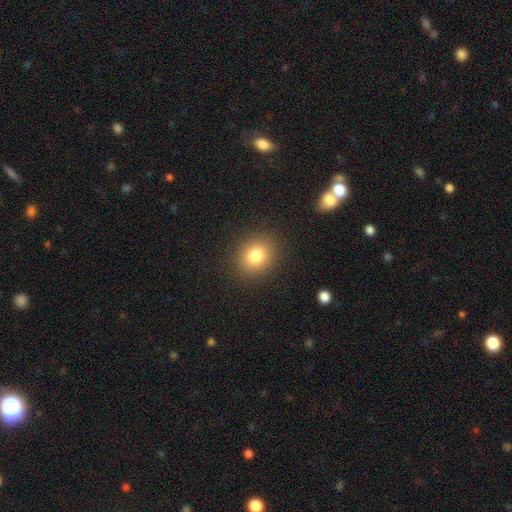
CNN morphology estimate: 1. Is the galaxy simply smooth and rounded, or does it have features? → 80% smooth, 12% star or artifact, 8% featured or disk.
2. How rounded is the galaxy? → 73% round, 26% in between, 1% cigar-shaped.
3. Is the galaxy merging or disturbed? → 89% none, 7% minor disturbance, 3% major disturbance, 1% merger.